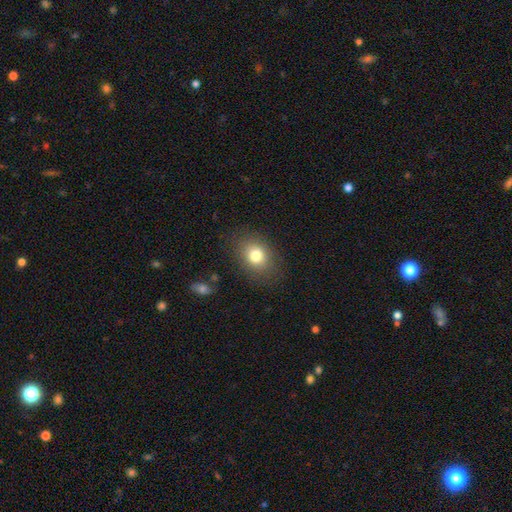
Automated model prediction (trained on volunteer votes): Overall: smooth (79%). How rounded: in between (54%; round 45%). Merging: none (83%).